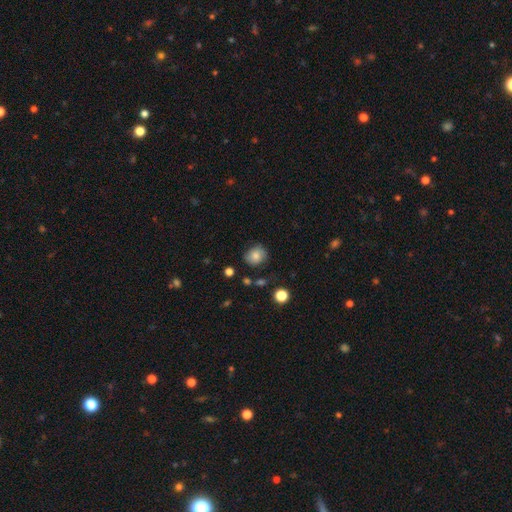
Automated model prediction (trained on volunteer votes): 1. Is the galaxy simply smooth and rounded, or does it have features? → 78% smooth, 12% featured or disk, 10% star or artifact.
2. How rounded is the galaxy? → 72% round, 27% in between, 1% cigar-shaped.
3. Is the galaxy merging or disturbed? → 74% none, 19% minor disturbance, 5% major disturbance, 3% merger.